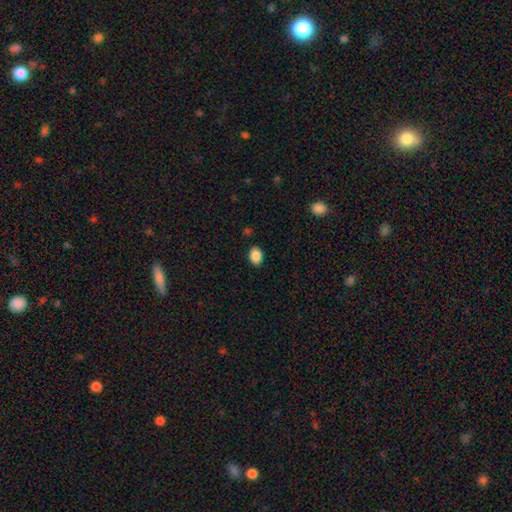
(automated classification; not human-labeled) Smooth or featured? smooth (88%)
How rounded? in between (79%)
Merging? none (88%)